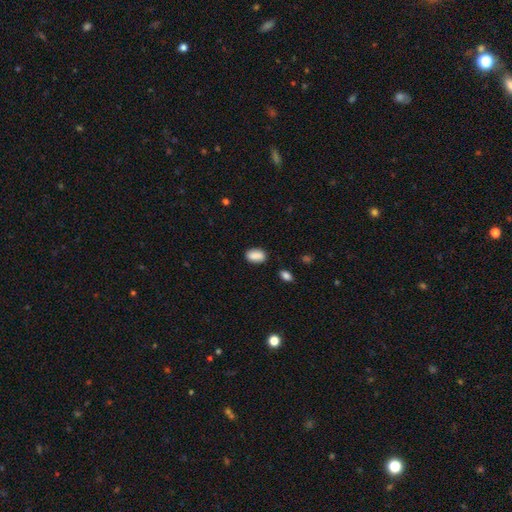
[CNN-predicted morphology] The model was most divided on "merging": none: 83%, minor disturbance: 12%, major disturbance: 3%, merger: 3%. More confident: how rounded — in between (89%); smooth or featured — smooth (88%).